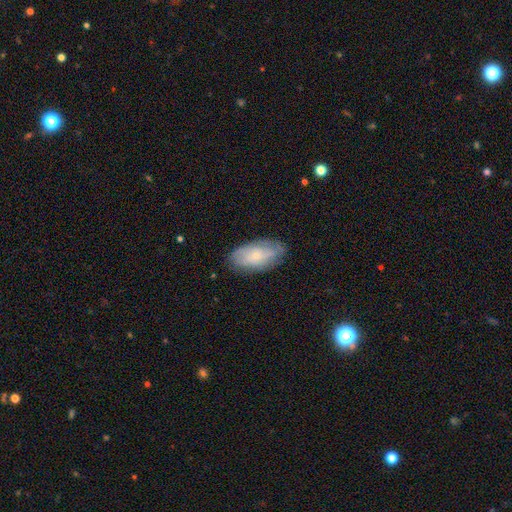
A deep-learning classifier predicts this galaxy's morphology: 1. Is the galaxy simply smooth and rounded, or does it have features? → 56% smooth, 37% featured or disk, 7% star or artifact.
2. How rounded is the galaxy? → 92% in between, 5% cigar-shaped, 4% round.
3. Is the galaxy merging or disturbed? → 77% none, 17% minor disturbance, 4% major disturbance, 1% merger.